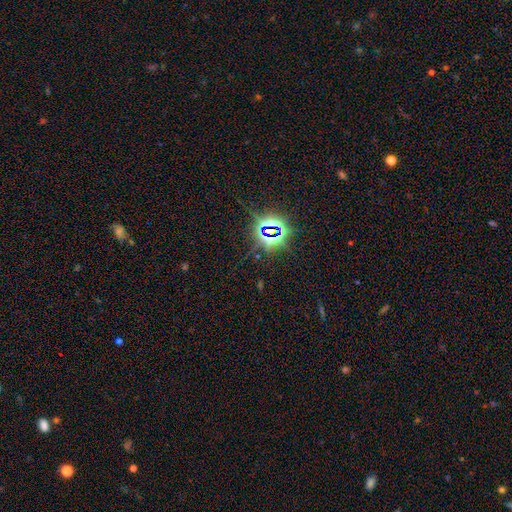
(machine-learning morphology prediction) Q: Smooth or featured?
A: star or artifact (81%); runner-up: smooth (11%)